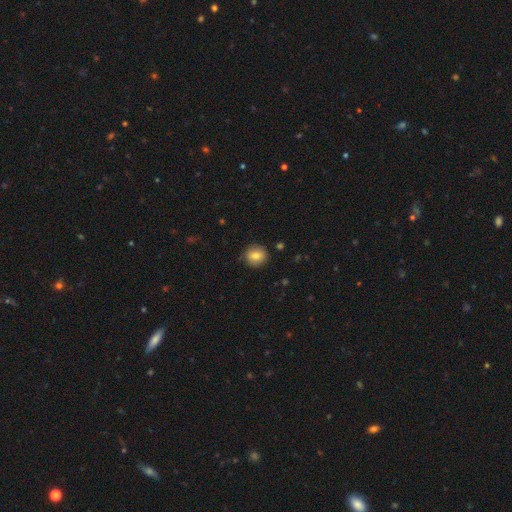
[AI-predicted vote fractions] This is likely a smooth galaxy (78%). How rounded: clearly round (86%). Merging: clearly none (85%).